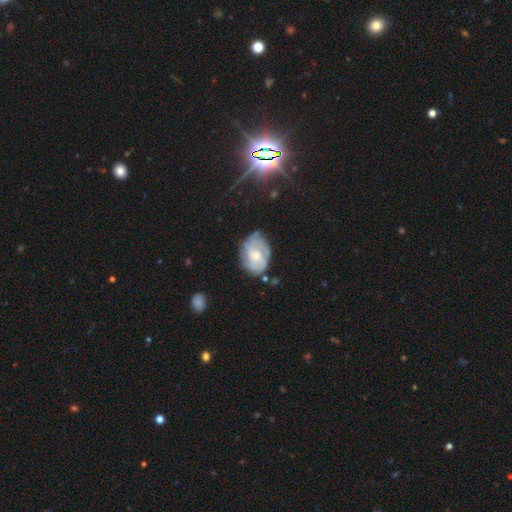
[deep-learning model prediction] Q: Smooth or featured?
A: featured or disk (67%); runner-up: smooth (26%)
Q: Edge-on disk?
A: no (97%); runner-up: yes (3%)
Q: Bar?
A: no (70%); runner-up: weak (26%)
Q: Spiral arms?
A: yes (80%); runner-up: no (20%)
Q: Spiral winding?
A: tight (56%); runner-up: medium (32%)
Q: Spiral arm count?
A: can't tell (47%); runner-up: 2 (21%)
Q: Bulge size?
A: moderate (53%); runner-up: small (37%)
Q: Merging?
A: none (64%); runner-up: minor disturbance (25%)